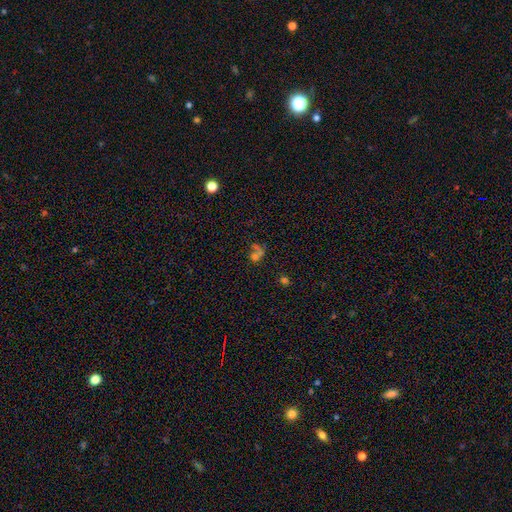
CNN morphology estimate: This appears to be a smooth galaxy with no disk features (44%). Merging: merger (43%).